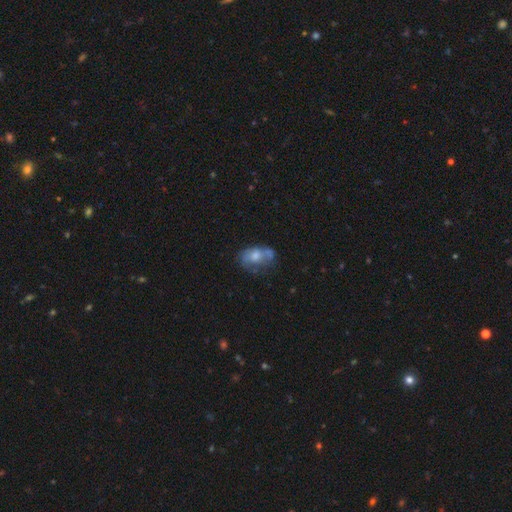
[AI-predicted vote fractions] Morphology: type=smooth (49%); merging=none (40%).